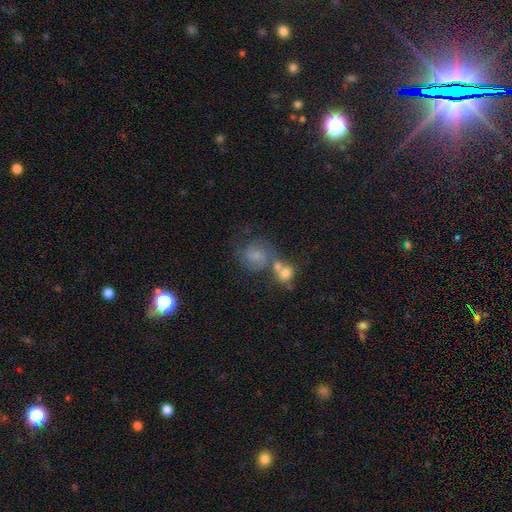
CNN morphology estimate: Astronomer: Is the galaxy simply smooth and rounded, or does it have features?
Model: featured or disk — 53% (runner-up: smooth, 35%).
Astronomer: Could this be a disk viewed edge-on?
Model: no — 98%.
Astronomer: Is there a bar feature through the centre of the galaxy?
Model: no — 50% (runner-up: weak, 42%).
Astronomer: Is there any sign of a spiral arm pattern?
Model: yes — 85%.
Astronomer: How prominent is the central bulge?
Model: small — 39% (runner-up: none, 28%).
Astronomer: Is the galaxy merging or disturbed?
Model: none — 41% (runner-up: merger, 30%).